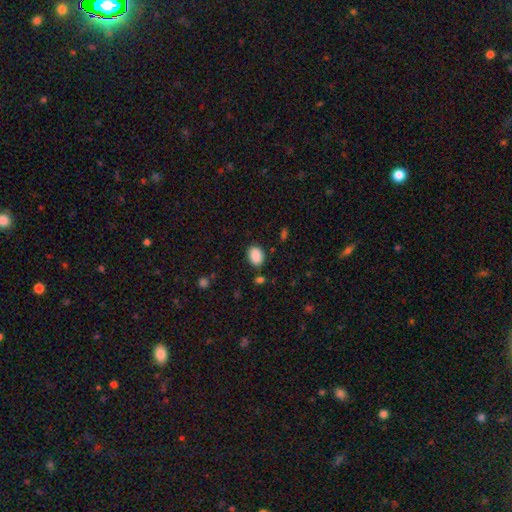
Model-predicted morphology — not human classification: smooth 89%, star or artifact 8%, featured or disk 3%. Down the decision tree: how rounded — in between (74%); merging — none (83%).